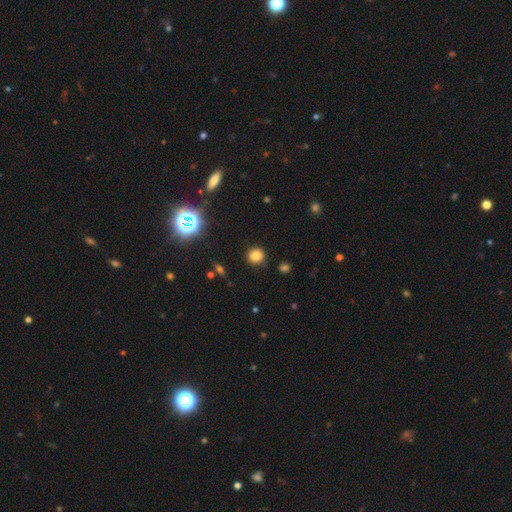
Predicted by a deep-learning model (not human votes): smooth-or-featured: smooth: 78% | star or artifact: 16% | featured or disk: 6%
  how-rounded: round: 88% | in between: 11% | cigar-shaped: 1%
  merging: none: 87% | minor disturbance: 8% | major disturbance: 3% | merger: 2%